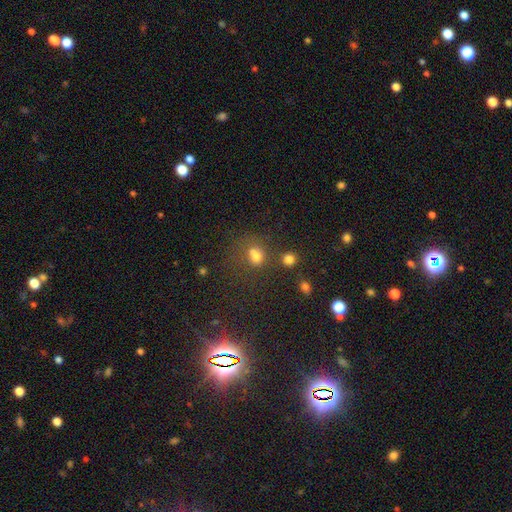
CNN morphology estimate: This is likely a smooth galaxy (64%). How rounded: possibly round (55%). Merging: possibly none (45%).